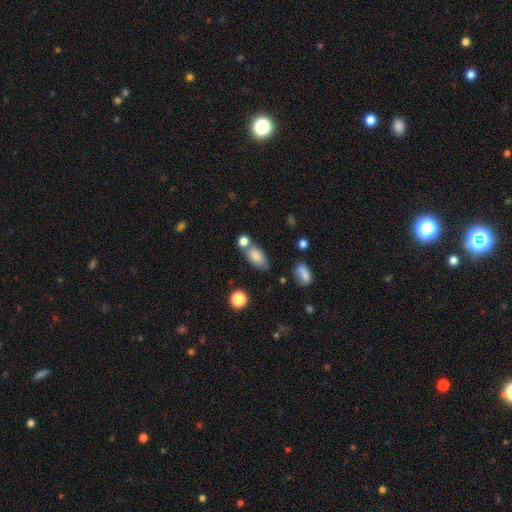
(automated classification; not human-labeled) Smooth or featured? smooth (80%)
How rounded? in between (86%)
Merging? none (55%)